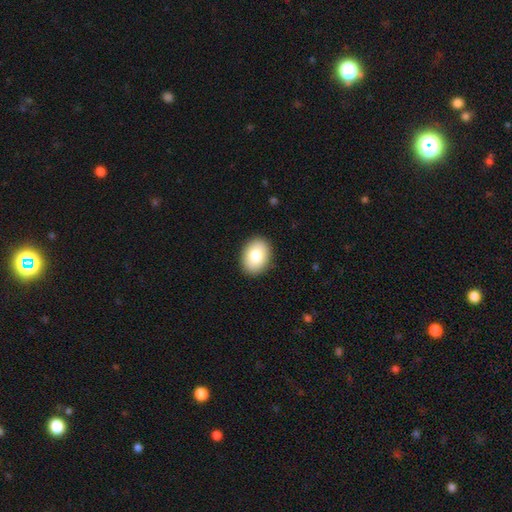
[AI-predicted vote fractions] This is clearly a smooth galaxy (82%). How rounded: likely in between (77%). Merging: clearly none (90%).